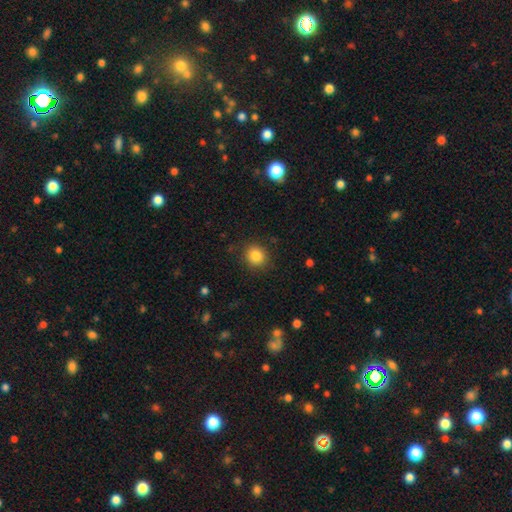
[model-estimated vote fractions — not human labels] Smooth or featured? Predicted: smooth (p=0.85). How rounded? Predicted: round (p=0.83). Merging? Predicted: none (p=0.87).